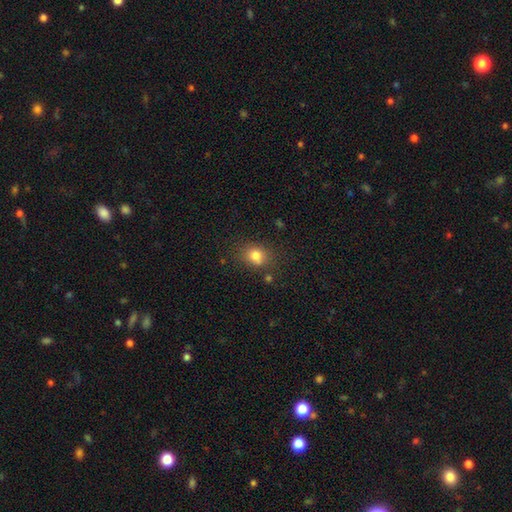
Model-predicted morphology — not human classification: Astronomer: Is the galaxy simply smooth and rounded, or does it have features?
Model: smooth — 78%.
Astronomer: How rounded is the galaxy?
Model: round — 60% (runner-up: in between, 38%).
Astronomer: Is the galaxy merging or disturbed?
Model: none — 71%.